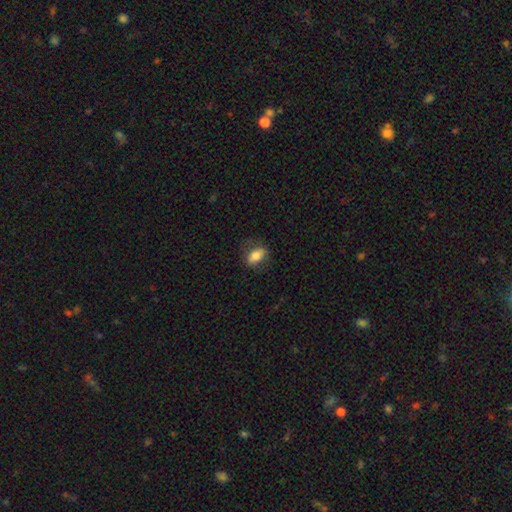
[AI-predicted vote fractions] Q: Smooth or featured?
A: smooth (75%); runner-up: featured or disk (17%)
Q: How rounded?
A: in between (84%); runner-up: round (12%)
Q: Merging?
A: none (72%); runner-up: minor disturbance (18%)